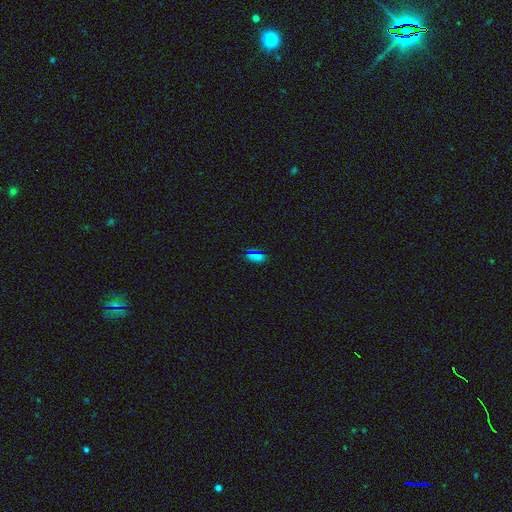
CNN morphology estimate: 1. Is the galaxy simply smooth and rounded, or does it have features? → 65% smooth, 29% star or artifact, 7% featured or disk.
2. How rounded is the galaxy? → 78% in between, 12% cigar-shaped, 9% round.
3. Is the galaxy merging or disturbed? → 80% none, 13% minor disturbance, 4% major disturbance, 3% merger.